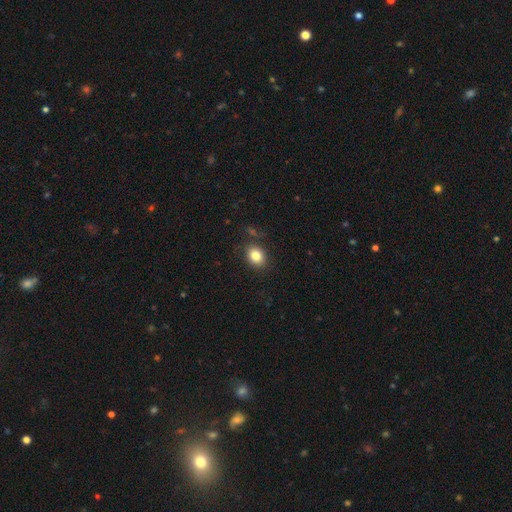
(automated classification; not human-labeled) smooth-or-featured: smooth: 82% | star or artifact: 10% | featured or disk: 7%
  how-rounded: in between: 51% | round: 48% | cigar-shaped: 1%
  merging: none: 83% | minor disturbance: 11% | major disturbance: 3% | merger: 3%